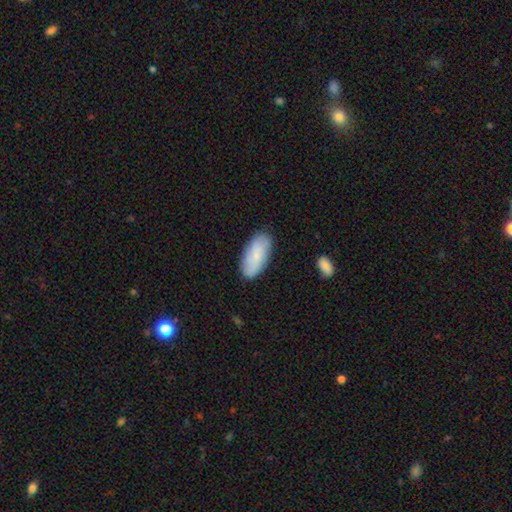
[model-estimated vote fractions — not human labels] This appears to be a smooth galaxy with no disk features (68%) that is in between round and cigar-shaped (90%). Merging: none (84%).